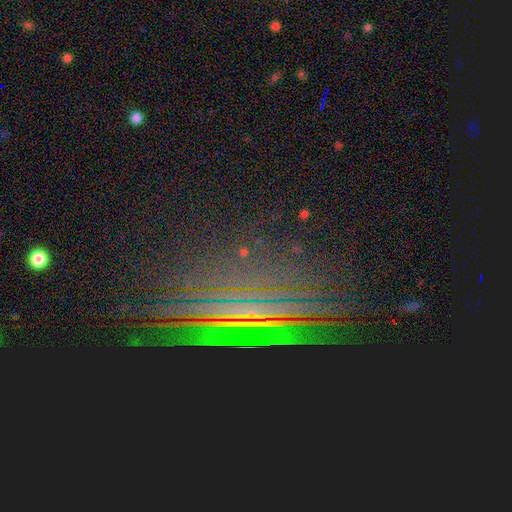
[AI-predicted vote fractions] The model was most divided on "smooth or featured": star or artifact: 55%, featured or disk: 28%, smooth: 17%.